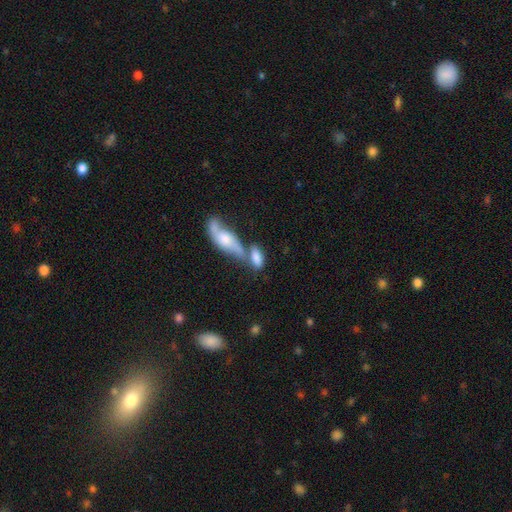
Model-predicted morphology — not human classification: This is likely a smooth galaxy (75%). How rounded: likely in between (77%). Merging: possibly merger (51%).